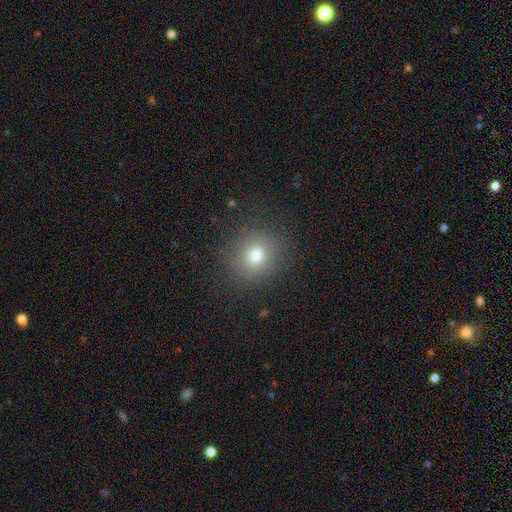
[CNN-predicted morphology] smooth-or-featured: smooth: 75% | star or artifact: 16% | featured or disk: 9%
  how-rounded: round: 82% | in between: 17% | cigar-shaped: 1%
  merging: none: 88% | minor disturbance: 8% | major disturbance: 3% | merger: 1%